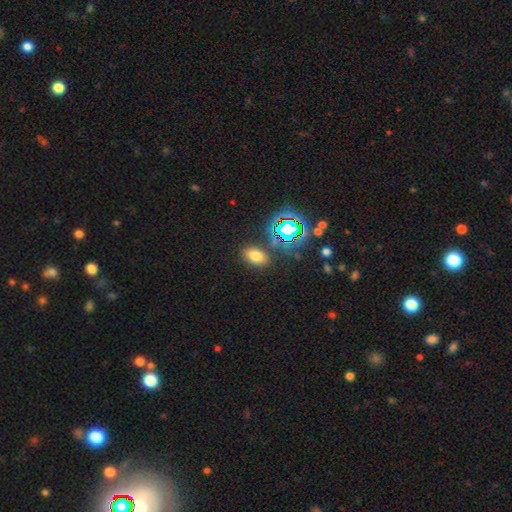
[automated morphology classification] This appears to be a smooth galaxy with no disk features (67%) that is in between round and cigar-shaped (84%). Merging: none (84%).